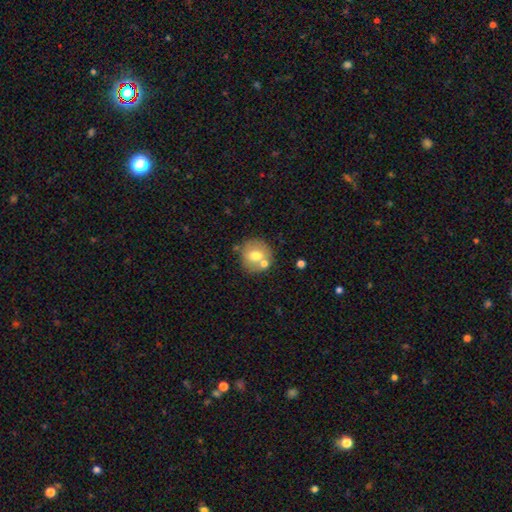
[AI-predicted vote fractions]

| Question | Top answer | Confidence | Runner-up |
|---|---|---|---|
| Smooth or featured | smooth | 65% | featured or disk (26%) |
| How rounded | round | 87% | in between (12%) |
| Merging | none | 68% | merger (16%) |